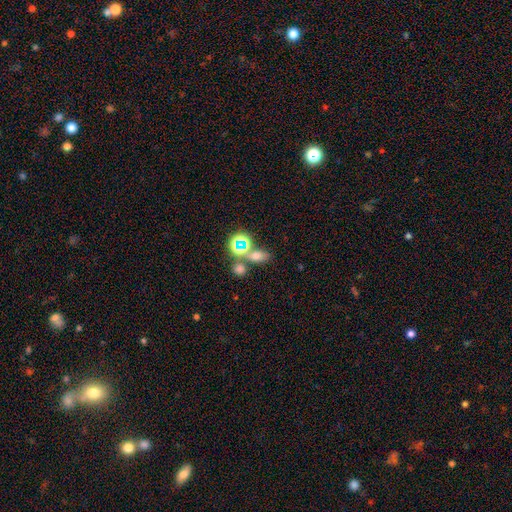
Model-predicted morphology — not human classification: smooth-or-featured: smooth: 58% | star or artifact: 30% | featured or disk: 12%
  how-rounded: in between: 69% | round: 26% | cigar-shaped: 5%
  merging: none: 58% | merger: 28% | minor disturbance: 10% | major disturbance: 5%